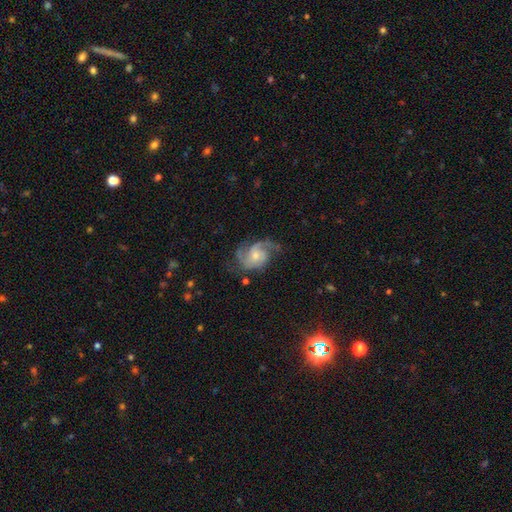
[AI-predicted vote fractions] Overall: featured or disk (85%). Edge-on disk: no (98%). Bar: no (66%; weak 28%). Spiral arms: yes (97%). Spiral arm count: 2 (39%; 3 36%). Spiral winding: medium (51%; tight 30%). Bulge size: small (52%; moderate 41%). Merging: none (64%).